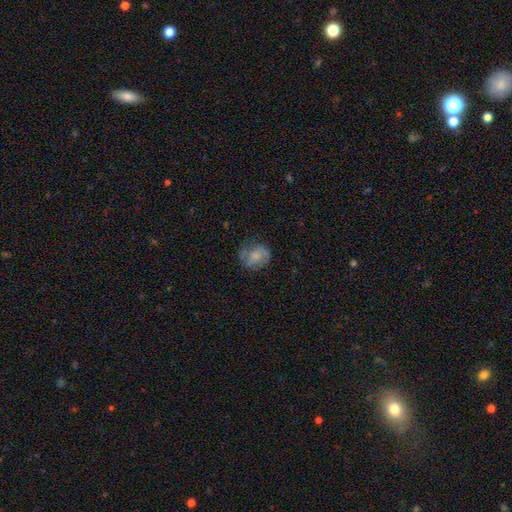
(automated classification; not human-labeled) smooth-or-featured: smooth: 55% | featured or disk: 37% | star or artifact: 8%
  how-rounded: round: 59% | in between: 40% | cigar-shaped: 1%
  merging: none: 60% | minor disturbance: 25% | major disturbance: 13% | merger: 2%